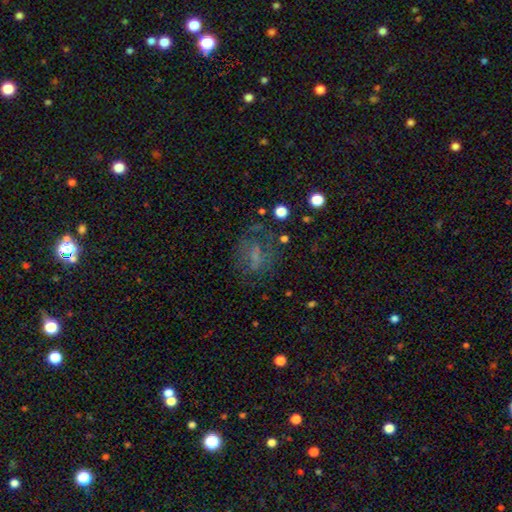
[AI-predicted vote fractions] Smooth or featured? Predicted: smooth (p=0.39). Merging? Predicted: none (p=0.53).